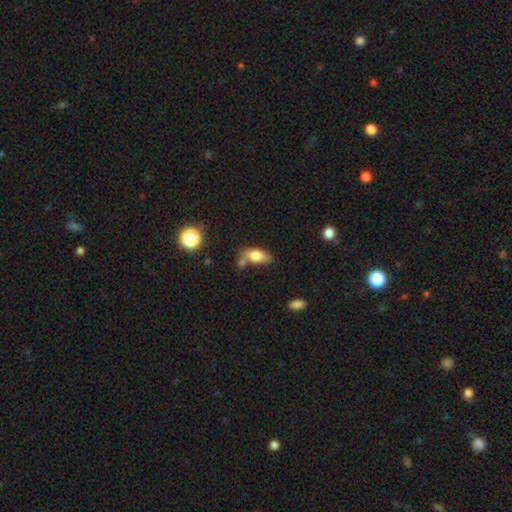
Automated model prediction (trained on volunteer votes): This is likely a smooth galaxy (75%). How rounded: clearly in between (85%). Merging: possibly none (48%).